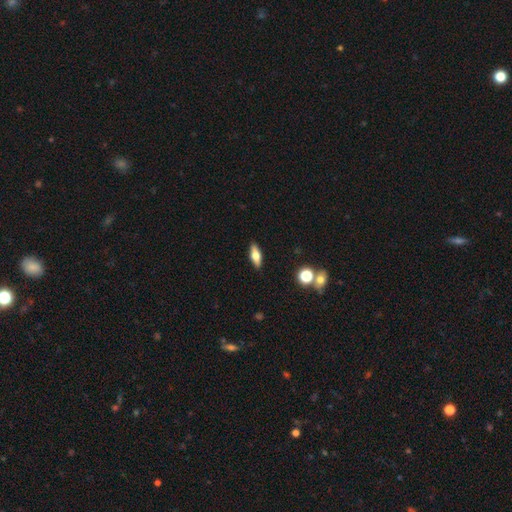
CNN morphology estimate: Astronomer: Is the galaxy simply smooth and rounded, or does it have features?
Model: smooth — 57% (runner-up: featured or disk, 35%).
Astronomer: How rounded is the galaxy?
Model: in between — 62%.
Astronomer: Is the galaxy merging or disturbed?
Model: none — 88%.